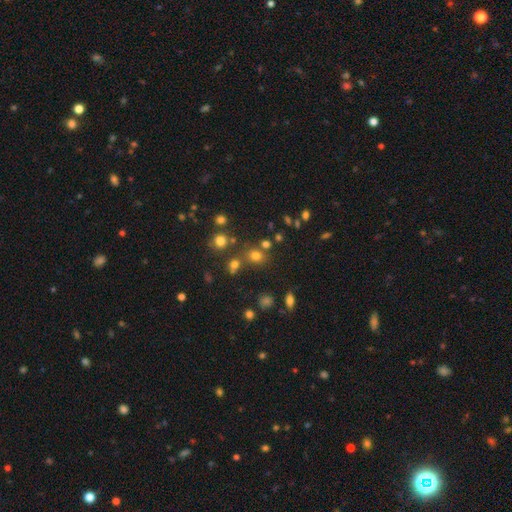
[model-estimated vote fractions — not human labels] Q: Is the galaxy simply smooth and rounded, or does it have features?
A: smooth — 67%.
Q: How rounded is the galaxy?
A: round — 70%.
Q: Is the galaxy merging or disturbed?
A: none — 70%.